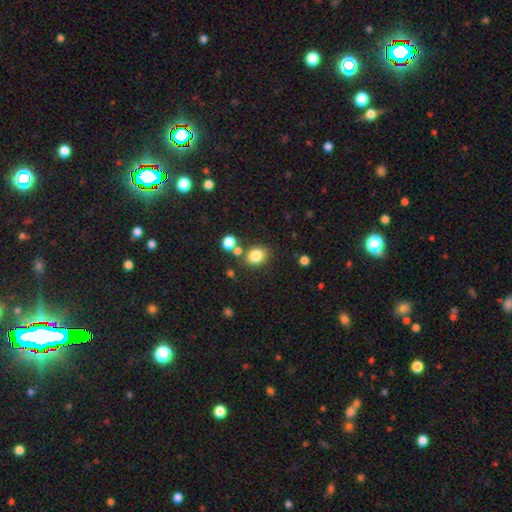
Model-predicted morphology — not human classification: Overall: smooth (82%). How rounded: round (56%; in between 43%). Merging: none (73%).